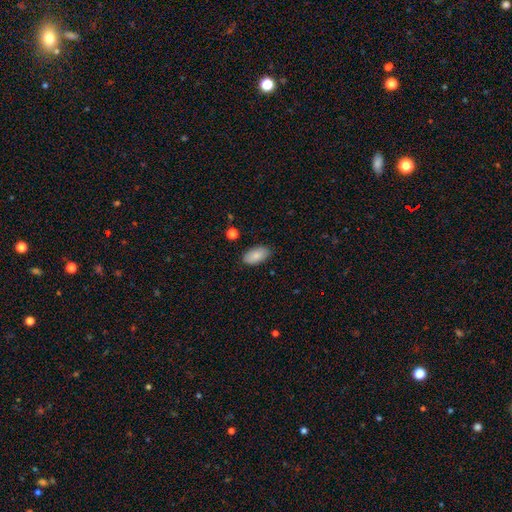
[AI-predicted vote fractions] smooth 86%, featured or disk 7%, star or artifact 7%. Down the decision tree: how rounded — in between (94%); merging — none (86%).